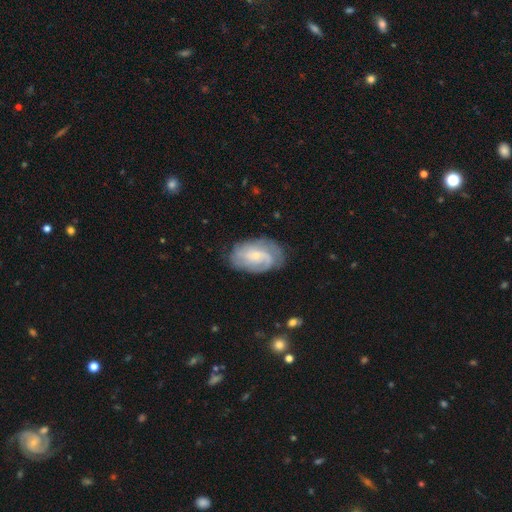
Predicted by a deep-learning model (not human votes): smooth_or_featured: featured or disk (p=0.72) [alt: smooth p=0.22]
disk_edge_on: no (p=0.97) [alt: yes p=0.03]
bar: no (p=0.56) [alt: weak p=0.37]
has_spiral_arms: yes (p=0.92) [alt: no p=0.08]
spiral_winding: tight (p=0.46) [alt: medium p=0.38]
spiral_arm_count: 2 (p=0.37) [alt: can't tell p=0.31]
bulge_size: small (p=0.63) [alt: moderate p=0.27]
merging: none (p=0.70) [alt: minor disturbance p=0.20]